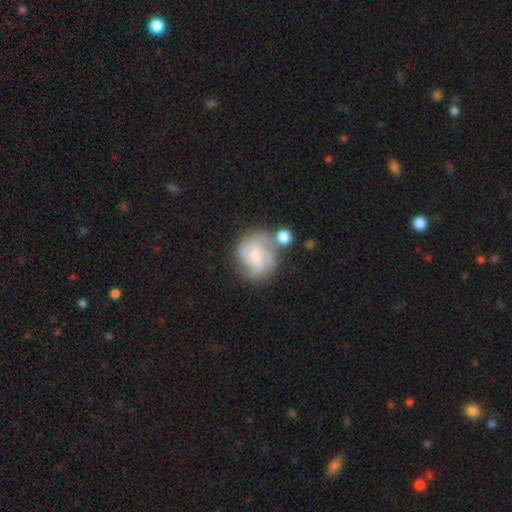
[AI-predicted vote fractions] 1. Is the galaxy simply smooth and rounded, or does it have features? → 64% featured or disk, 28% smooth, 8% star or artifact.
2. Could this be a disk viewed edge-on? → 97% no, 3% yes.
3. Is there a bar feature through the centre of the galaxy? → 51% no, 40% weak, 9% strong.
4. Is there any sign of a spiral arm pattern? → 84% yes, 16% no.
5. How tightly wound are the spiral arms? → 44% medium, 33% tight, 23% loose.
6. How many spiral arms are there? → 33% 3, 28% can't tell, 17% 2, 14% 4, 5% 1, 4% more than 4.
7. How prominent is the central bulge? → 51% small, 37% moderate, 7% none, 4% large, 1% dominant.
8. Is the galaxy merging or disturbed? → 50% none, 20% minor disturbance, 18% merger, 12% major disturbance.